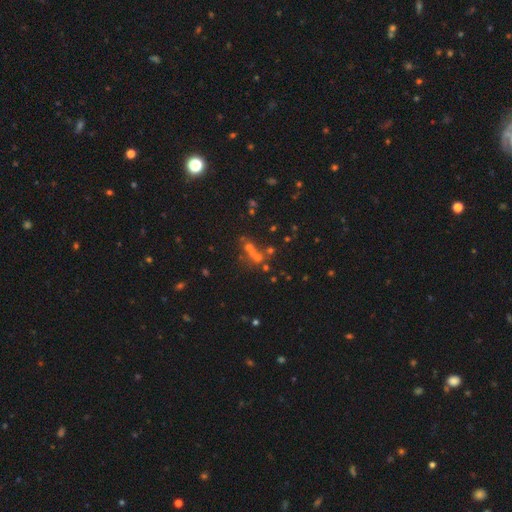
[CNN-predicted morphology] A star or artifact, not a galaxy (42%).